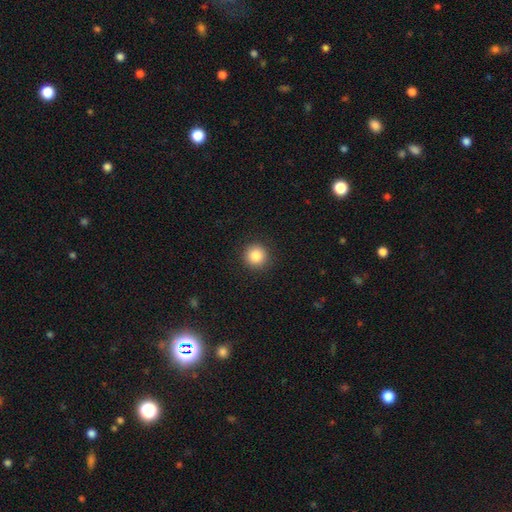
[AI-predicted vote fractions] Q: Smooth or featured?
A: smooth (86%); runner-up: star or artifact (10%)
Q: How rounded?
A: round (95%); runner-up: in between (4%)
Q: Merging?
A: none (92%); runner-up: minor disturbance (5%)